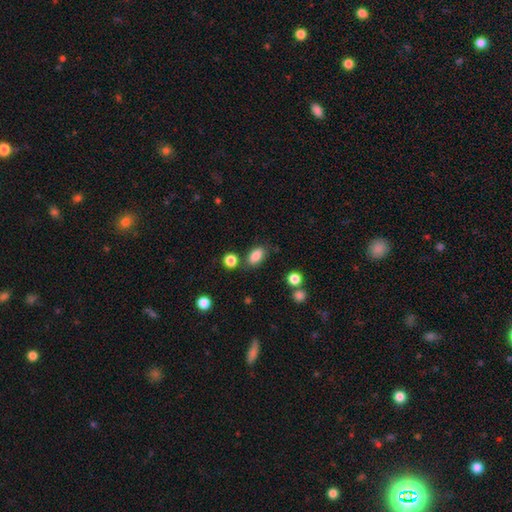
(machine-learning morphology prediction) Overall: smooth (85%). How rounded: in between (87%). Merging: none (76%).